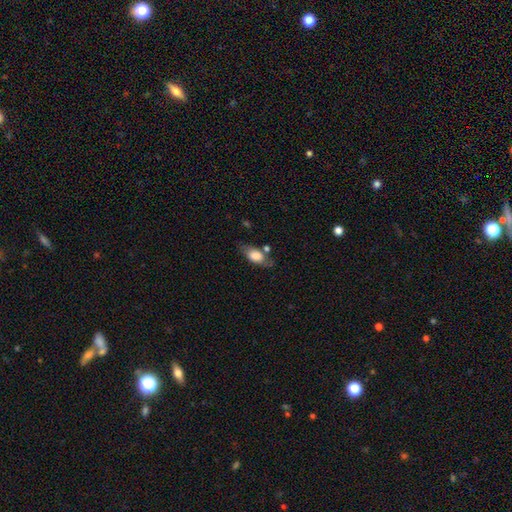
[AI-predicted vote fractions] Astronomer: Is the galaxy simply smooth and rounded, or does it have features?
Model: smooth — 71%.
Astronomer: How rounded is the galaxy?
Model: in between — 84%.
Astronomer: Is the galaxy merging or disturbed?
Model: none — 62%.